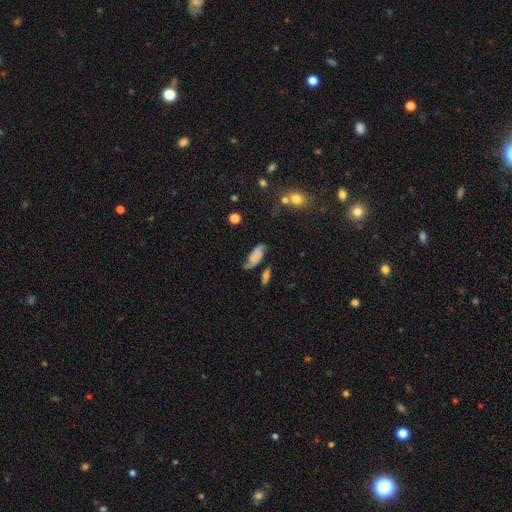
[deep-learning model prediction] Smooth or featured?
  - smooth: 47% *
  - featured or disk: 43%
  - star or artifact: 10%
Merging?
  - none: 51% *
  - minor disturbance: 28%
  - major disturbance: 14%
  - merger: 7%